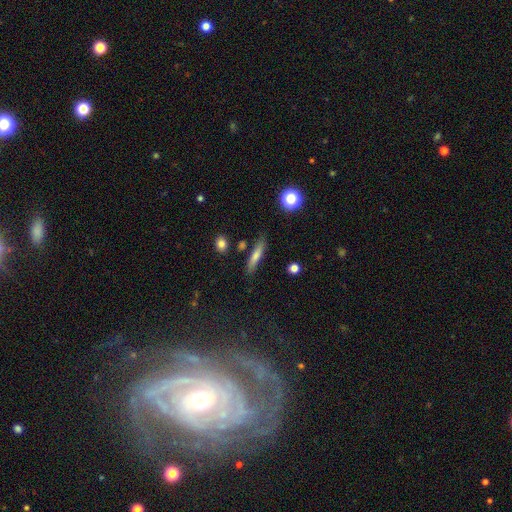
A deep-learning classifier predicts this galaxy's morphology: Smooth or featured: smooth — 58% (featured or disk — 31%)
How rounded: cigar-shaped — 85% (in between — 11%)
Merging: none — 83% (minor disturbance — 11%)